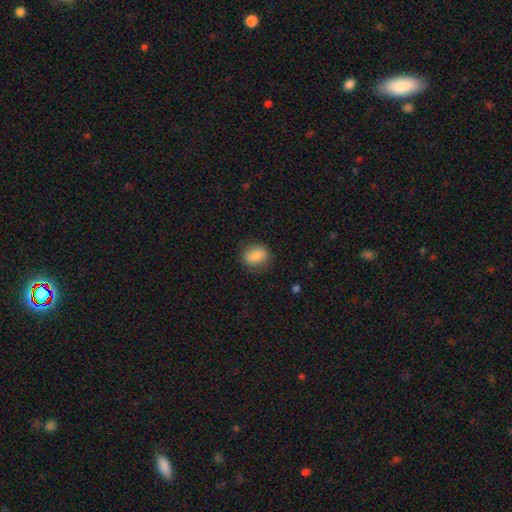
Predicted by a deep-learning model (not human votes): Smooth or featured? smooth (84%)
How rounded? in between (54%)
Merging? none (82%)